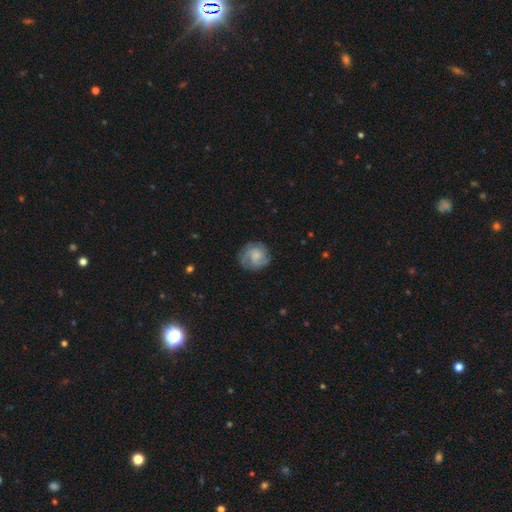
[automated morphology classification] Smooth or featured? featured or disk (69%)
Edge-on disk? no (98%)
Bar? no (69%)
Spiral arms? yes (94%)
Spiral winding? tight (56%)
Spiral arm count? 3 (32%)
Bulge size? small (44%)
Merging? none (77%)